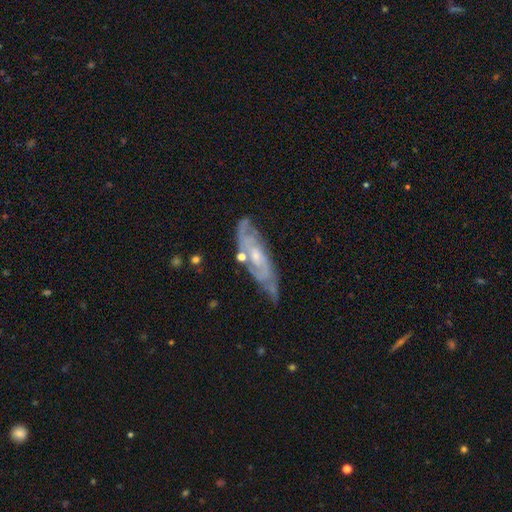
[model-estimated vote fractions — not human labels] smooth-or-featured: featured or disk: 81% | smooth: 12% | star or artifact: 7%
  disk-edge-on: no: 80% | yes: 20%
    bar: no: 56% | weak: 36% | strong: 8%
    has-spiral-arms: yes: 92% | no: 8%
      spiral-winding: tight: 55% | medium: 35% | loose: 9%
      spiral-arm-count: 2: 38% | can't tell: 36% | 3: 14% | 4: 5% | 1: 4% | more than 4: 3%
    bulge-size: small: 62% | moderate: 32% | none: 4% | large: 1% | dominant: 1%
  merging: none: 67% | minor disturbance: 22% | major disturbance: 7% | merger: 4%